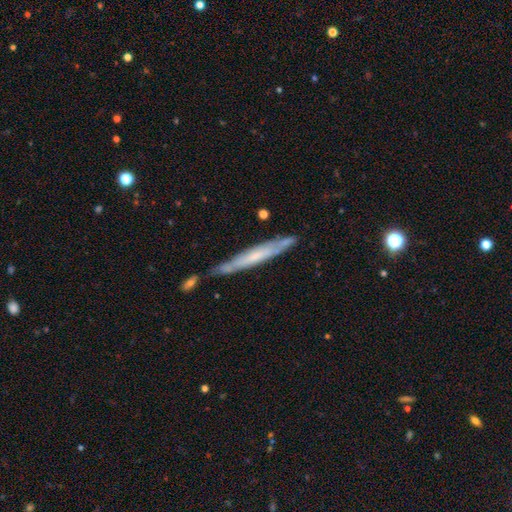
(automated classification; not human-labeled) This is possibly a featured or disk galaxy (54%). It is clearly viewed edge-on (82%). Merging: likely none (62%).